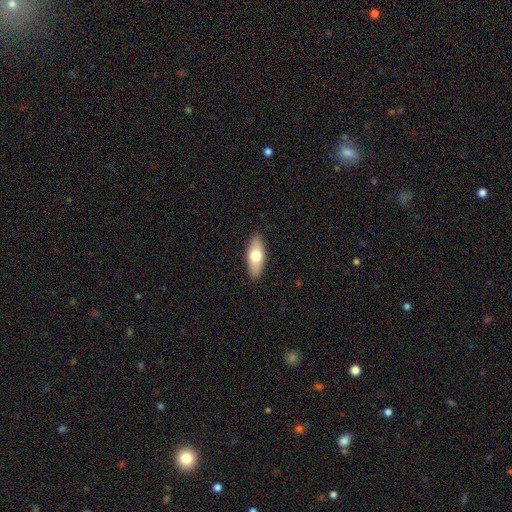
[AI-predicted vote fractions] Smooth or featured?
  - smooth: 65% *
  - featured or disk: 30%
  - star or artifact: 6%
How rounded?
  - in between: 71% *
  - cigar-shaped: 26%
  - round: 3%
Merging?
  - none: 89% *
  - minor disturbance: 8%
  - major disturbance: 2%
  - merger: 1%